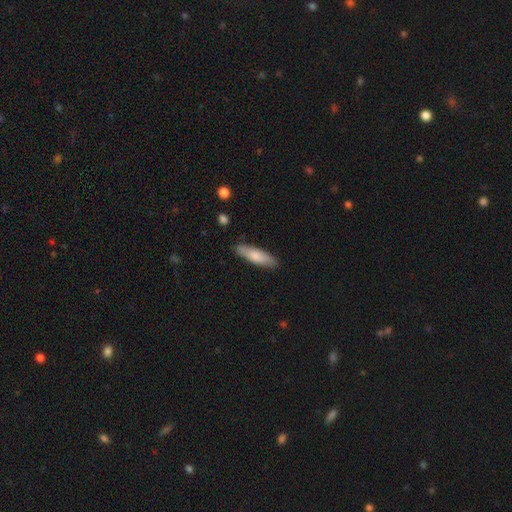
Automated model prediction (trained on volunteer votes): This appears to be a smooth galaxy with no disk features (78%) that is cigar-shaped (63%). Merging: none (86%).